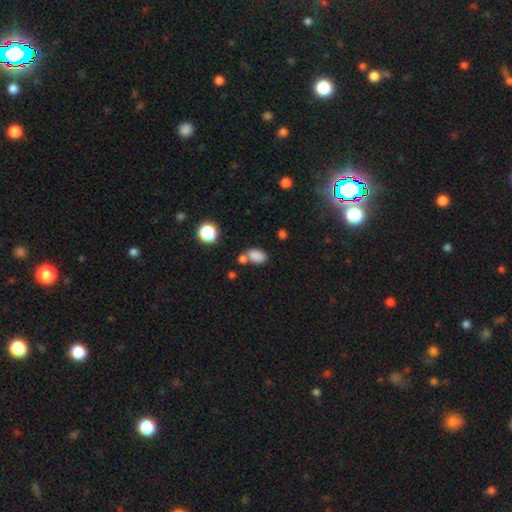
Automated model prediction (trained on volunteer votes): Smooth or featured?
  - smooth: 83% *
  - star or artifact: 11%
  - featured or disk: 6%
How rounded?
  - in between: 86% *
  - round: 13%
  - cigar-shaped: 1%
Merging?
  - none: 52% *
  - merger: 29%
  - minor disturbance: 14%
  - major disturbance: 5%